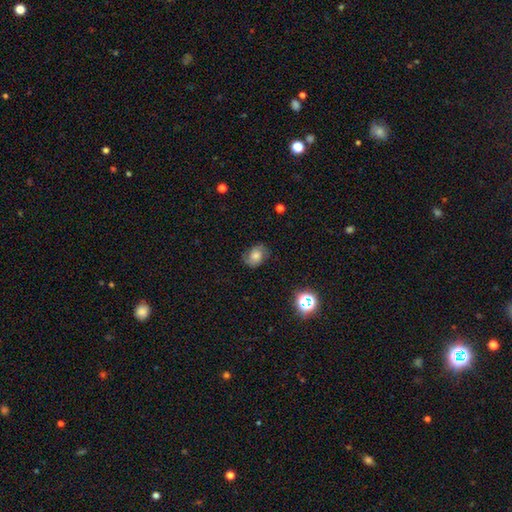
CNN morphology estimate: smooth 52%, featured or disk 36%, star or artifact 13%. Down the decision tree: how rounded — in between (60%); merging — none (71%).